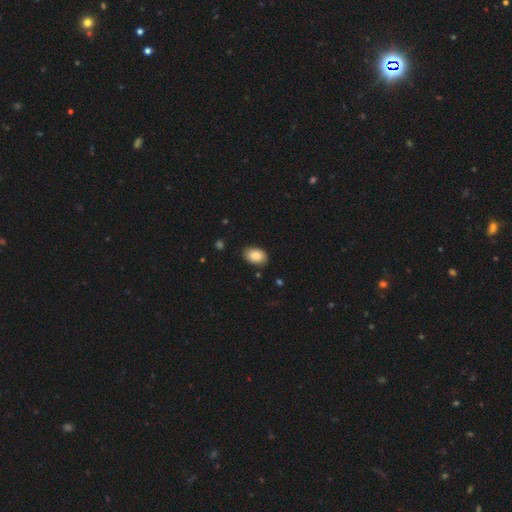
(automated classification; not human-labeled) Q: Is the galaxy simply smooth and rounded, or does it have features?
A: smooth — 87%.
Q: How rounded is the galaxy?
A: in between — 90%.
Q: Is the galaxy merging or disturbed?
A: none — 84%.